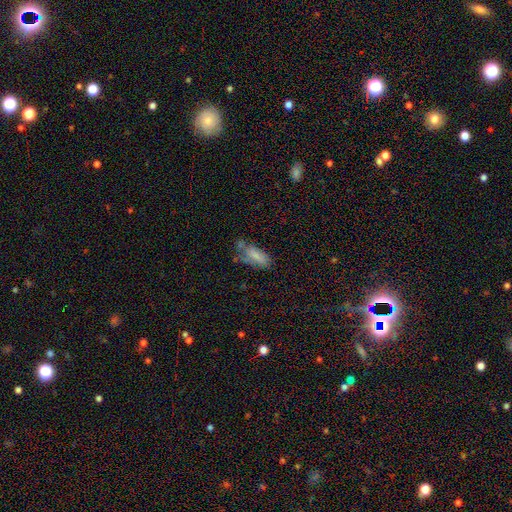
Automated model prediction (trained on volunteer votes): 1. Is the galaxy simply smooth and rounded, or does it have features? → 74% smooth, 18% featured or disk, 8% star or artifact.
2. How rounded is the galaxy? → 83% in between, 14% cigar-shaped, 3% round.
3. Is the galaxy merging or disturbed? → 42% none, 29% minor disturbance, 15% merger, 14% major disturbance.